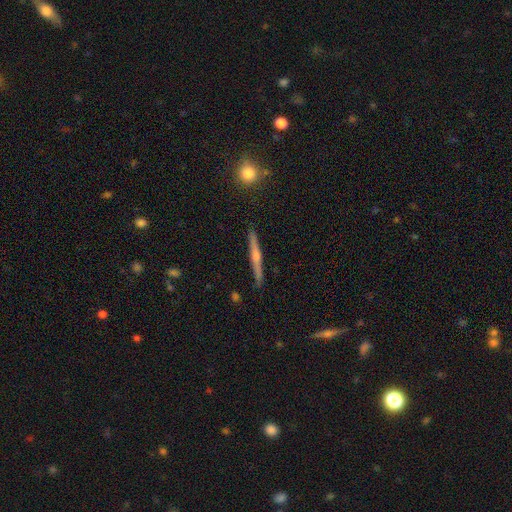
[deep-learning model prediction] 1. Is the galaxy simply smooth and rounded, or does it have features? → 69% featured or disk, 25% smooth, 6% star or artifact.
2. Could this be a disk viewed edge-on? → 98% yes, 2% no.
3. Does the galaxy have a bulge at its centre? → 78% rounded, 14% none, 8% boxy.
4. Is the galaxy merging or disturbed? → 90% none, 7% minor disturbance, 1% major disturbance, 1% merger.